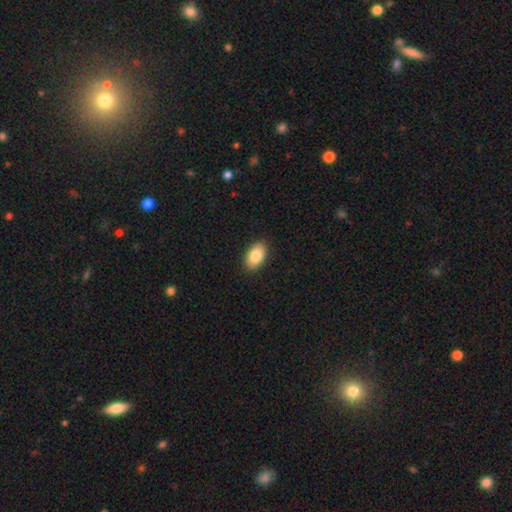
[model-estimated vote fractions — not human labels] Overall: smooth (85%). How rounded: in between (92%). Merging: none (90%).